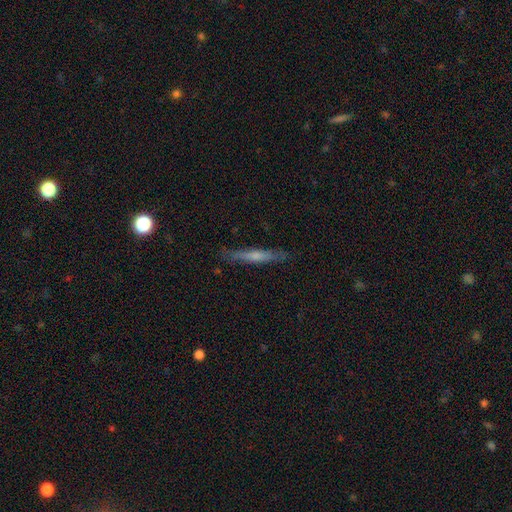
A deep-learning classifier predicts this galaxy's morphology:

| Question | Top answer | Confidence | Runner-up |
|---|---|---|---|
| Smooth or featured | featured or disk | 49% | smooth (45%) |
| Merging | none | 85% | minor disturbance (11%) |